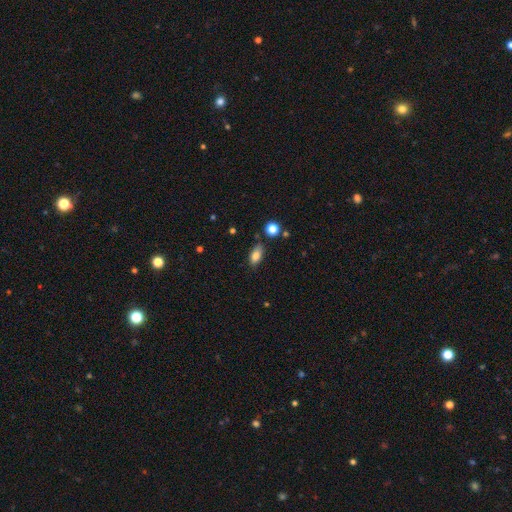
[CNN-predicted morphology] A smooth galaxy with no disk features (80%) that is in between round and cigar-shaped (86%). Merging: none (81%).